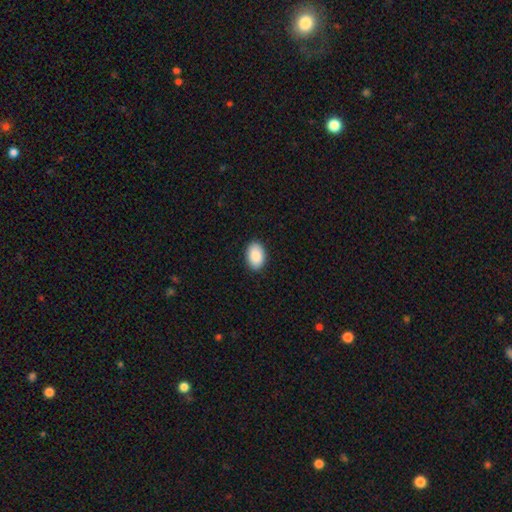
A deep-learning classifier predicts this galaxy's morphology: smooth_or_featured: smooth (p=0.90) [alt: star or artifact p=0.06]
how_rounded: in between (p=0.89) [alt: round p=0.10]
merging: none (p=0.89) [alt: minor disturbance p=0.08]